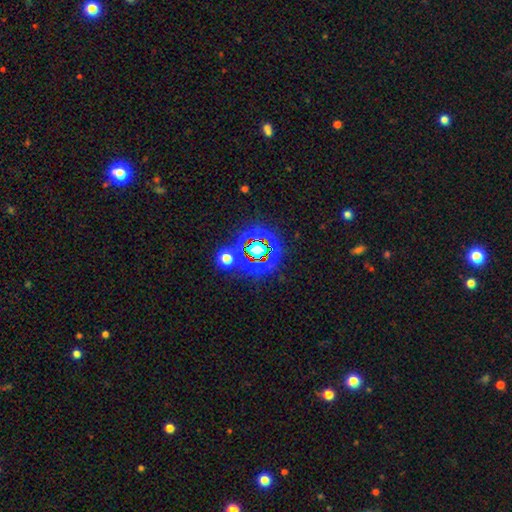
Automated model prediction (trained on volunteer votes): This appears to be a star or artifact, not a galaxy (63%).